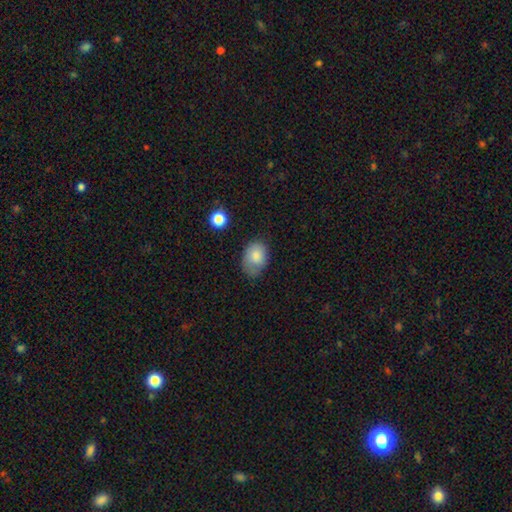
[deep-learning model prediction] Q: Smooth or featured?
A: smooth (81%); runner-up: featured or disk (11%)
Q: How rounded?
A: in between (74%); runner-up: round (26%)
Q: Merging?
A: none (53%); runner-up: minor disturbance (34%)